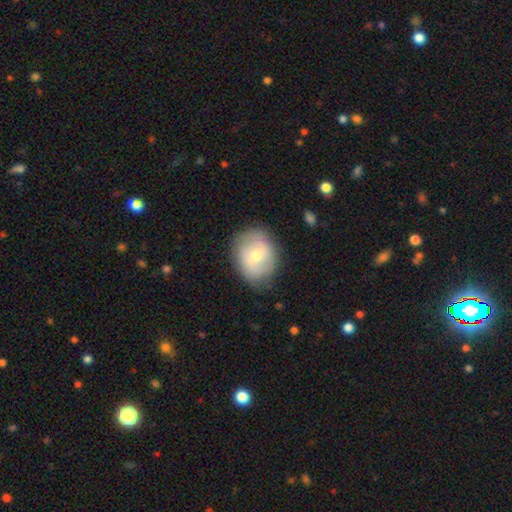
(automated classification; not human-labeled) Smooth or featured? smooth (50%)
How rounded? round (63%)
Merging? none (76%)